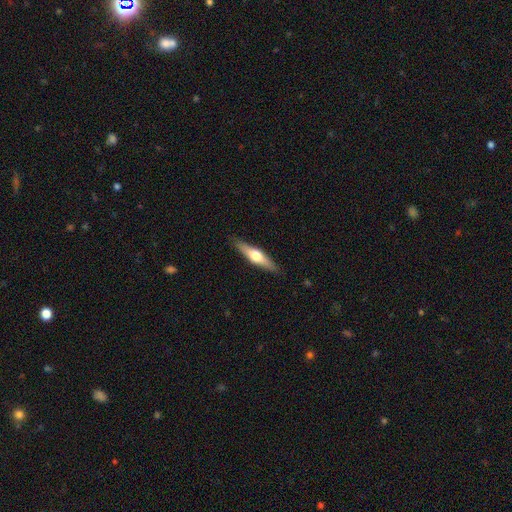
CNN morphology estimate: Smooth or featured? featured or disk (55%)
Edge-on disk? yes (94%)
Edge-on bulge? rounded (94%)
Merging? none (89%)